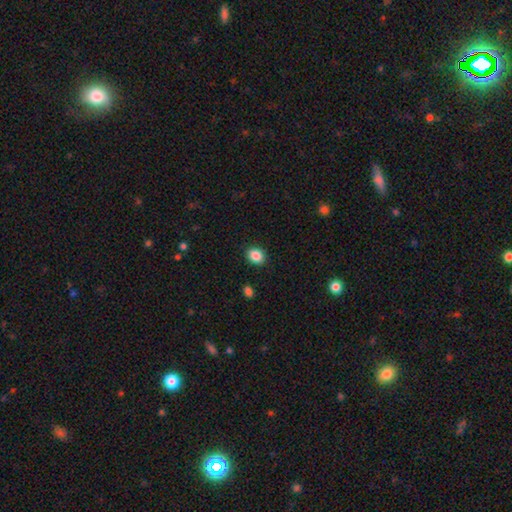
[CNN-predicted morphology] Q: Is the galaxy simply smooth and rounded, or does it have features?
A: smooth — 88%.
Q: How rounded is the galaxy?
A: in between — 53%.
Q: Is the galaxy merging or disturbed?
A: none — 90%.